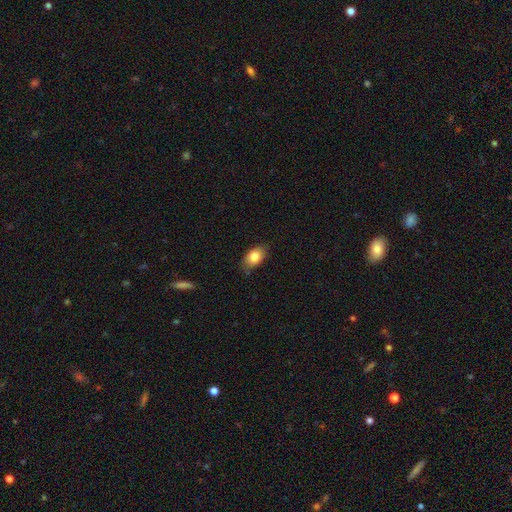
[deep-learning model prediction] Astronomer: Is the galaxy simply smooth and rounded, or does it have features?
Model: smooth — 83%.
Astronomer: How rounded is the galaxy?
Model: in between — 86%.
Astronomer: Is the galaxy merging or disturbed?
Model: none — 78%.